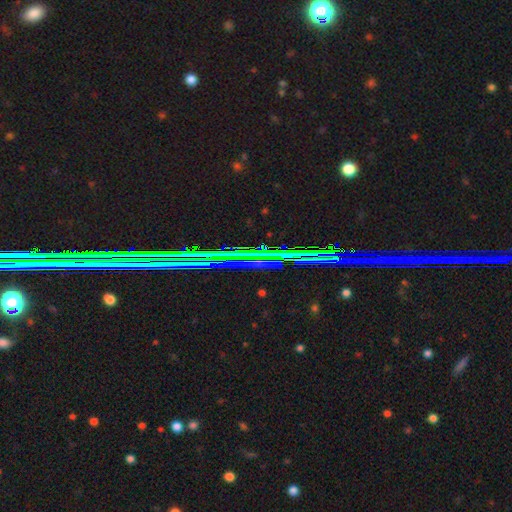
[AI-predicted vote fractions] Morphology: type=star or artifact (84%).